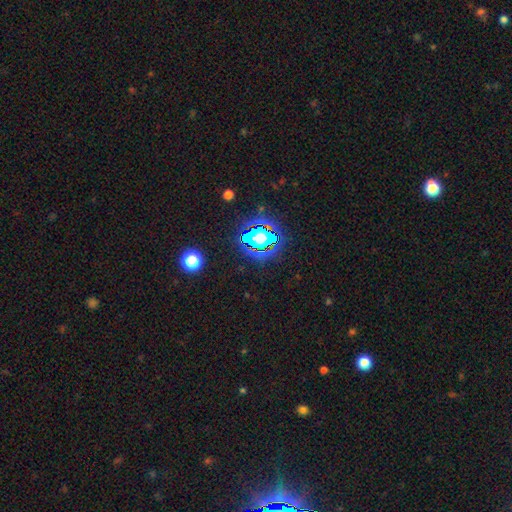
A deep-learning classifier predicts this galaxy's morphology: Smooth or featured?
  - star or artifact: 83% *
  - smooth: 10%
  - featured or disk: 7%